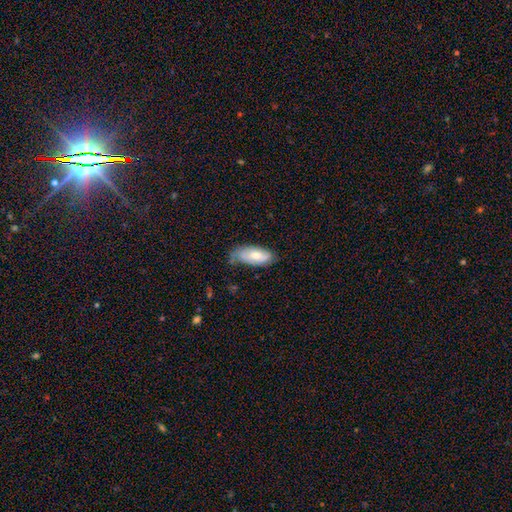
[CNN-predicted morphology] Smooth or featured?
  - smooth: 66% *
  - featured or disk: 28%
  - star or artifact: 6%
How rounded?
  - in between: 86% *
  - cigar-shaped: 11%
  - round: 2%
Merging?
  - none: 51% *
  - minor disturbance: 37%
  - major disturbance: 9%
  - merger: 3%